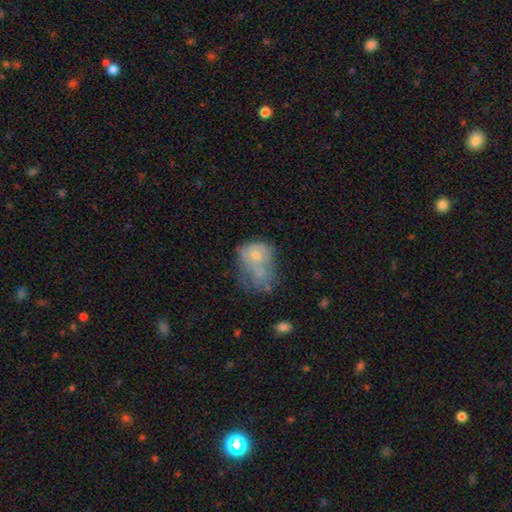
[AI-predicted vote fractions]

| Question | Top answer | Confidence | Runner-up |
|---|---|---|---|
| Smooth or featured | smooth | 50% | featured or disk (40%) |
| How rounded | in between | 62% | round (37%) |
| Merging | major disturbance | 34% | merger (26%) |